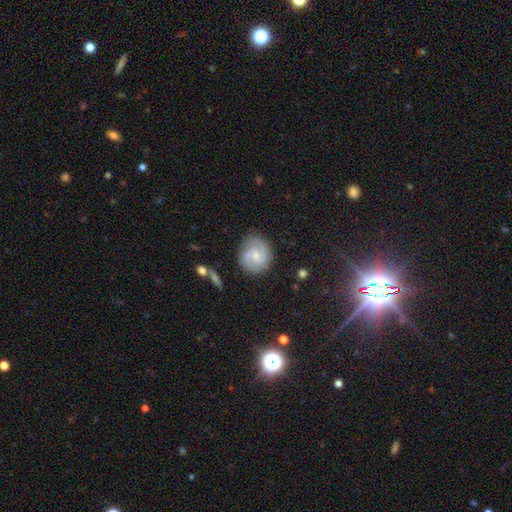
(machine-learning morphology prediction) Overall: featured or disk (77%). Edge-on disk: no (98%). Bar: no (59%; weak 36%). Spiral arms: yes (96%). Spiral arm count: 2 (79%). Spiral winding: tight (51%; medium 40%). Bulge size: small (58%; moderate 36%). Merging: none (80%).